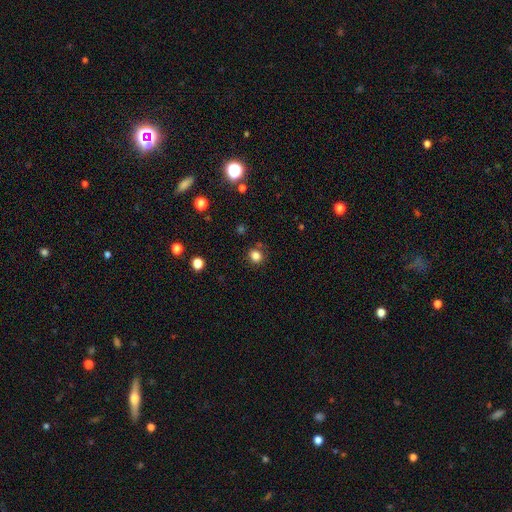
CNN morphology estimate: smooth-or-featured: smooth: 82% | star or artifact: 13% | featured or disk: 4%
  how-rounded: round: 82% | in between: 17% | cigar-shaped: 1%
  merging: none: 83% | minor disturbance: 10% | merger: 4% | major disturbance: 3%